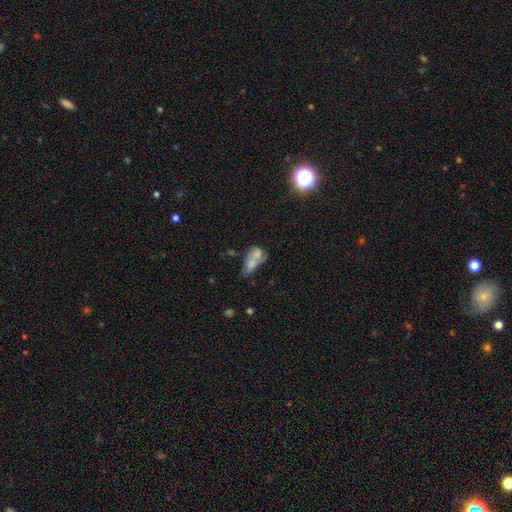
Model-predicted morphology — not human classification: smooth_or_featured: smooth (p=0.66) [alt: featured or disk p=0.24]
how_rounded: in between (p=0.76) [alt: round p=0.19]
merging: merger (p=0.65) [alt: none p=0.16]